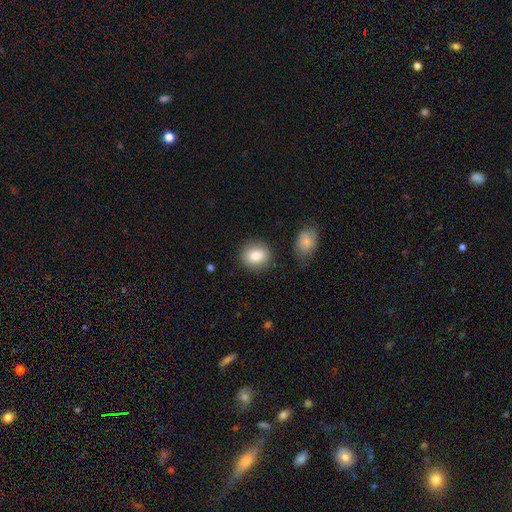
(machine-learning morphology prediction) Smooth or featured? Predicted: smooth (p=0.84). How rounded? Predicted: round (p=0.70). Merging? Predicted: none (p=0.84).